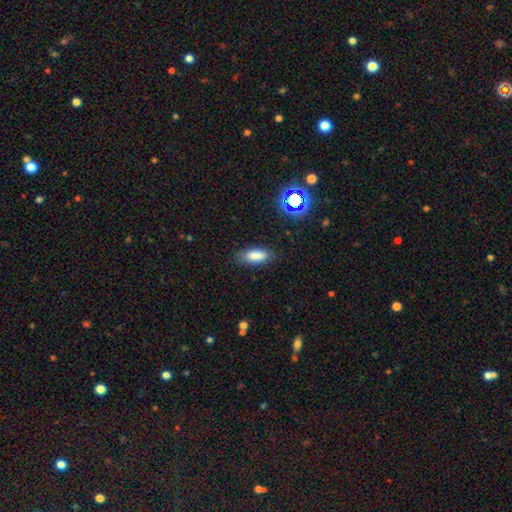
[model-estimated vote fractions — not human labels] This is clearly a smooth galaxy (84%). How rounded: clearly in between (81%). Merging: clearly none (81%).